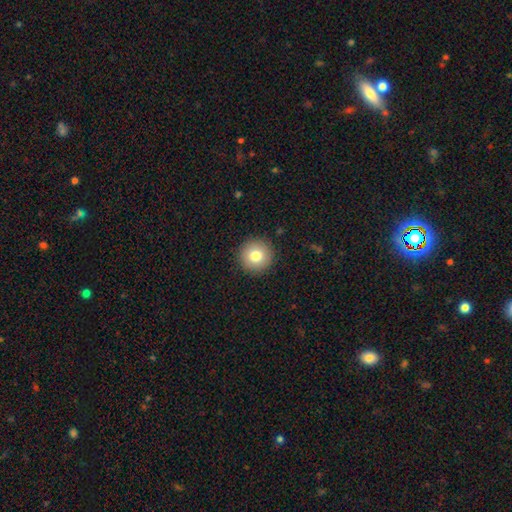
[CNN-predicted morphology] type=smooth (78%); roundness=round (96%); merging=none (92%).